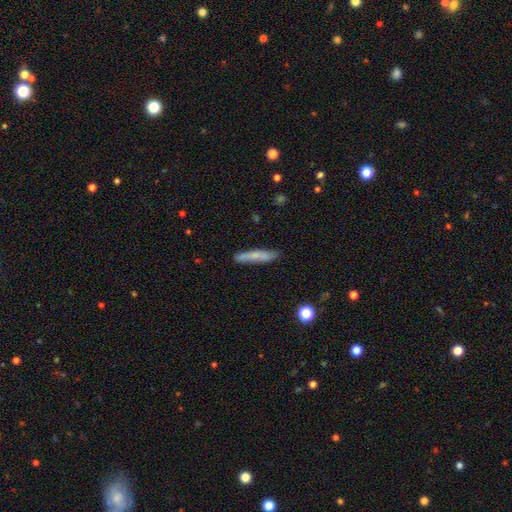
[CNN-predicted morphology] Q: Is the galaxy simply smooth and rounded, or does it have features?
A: smooth — 66%.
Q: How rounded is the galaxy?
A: cigar-shaped — 91%.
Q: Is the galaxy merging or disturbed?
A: none — 82%.